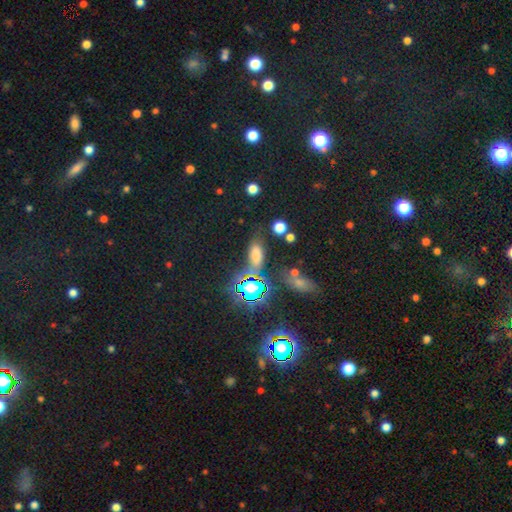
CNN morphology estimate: smooth-or-featured: smooth: 52% | star or artifact: 38% | featured or disk: 9%
  how-rounded: in between: 73% | cigar-shaped: 13% | round: 13%
  merging: none: 73% | minor disturbance: 13% | merger: 8% | major disturbance: 6%